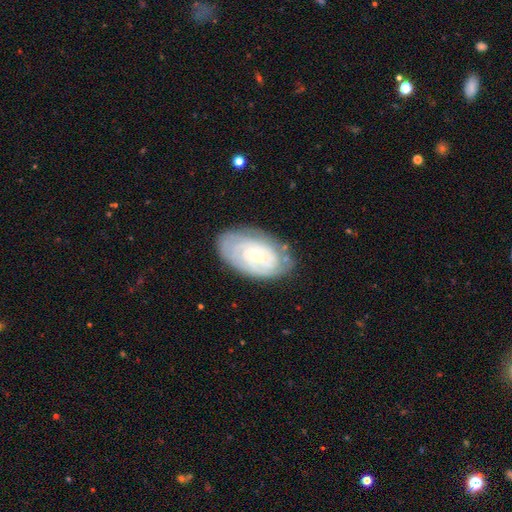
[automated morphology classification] Smooth or featured? featured or disk (79%)
Edge-on disk? no (95%)
Bar? no (72%)
Spiral arms? yes (91%)
Spiral winding? tight (79%)
Spiral arm count? can't tell (45%)
Bulge size? small (60%)
Merging? none (75%)